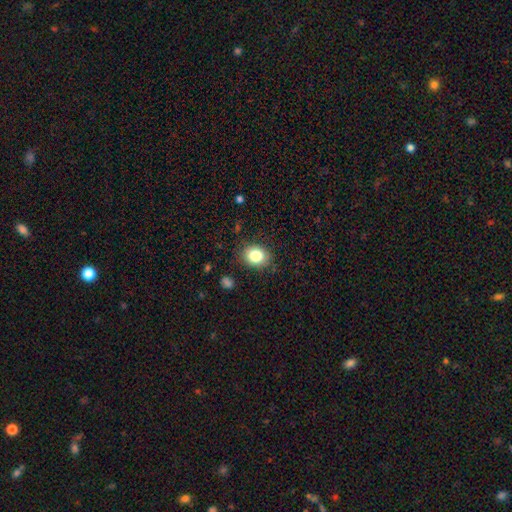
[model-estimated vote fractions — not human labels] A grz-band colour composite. It shows a smooth galaxy with no disk features (84%) that is in between round and cigar-shaped (53%). Merging: none (85%).